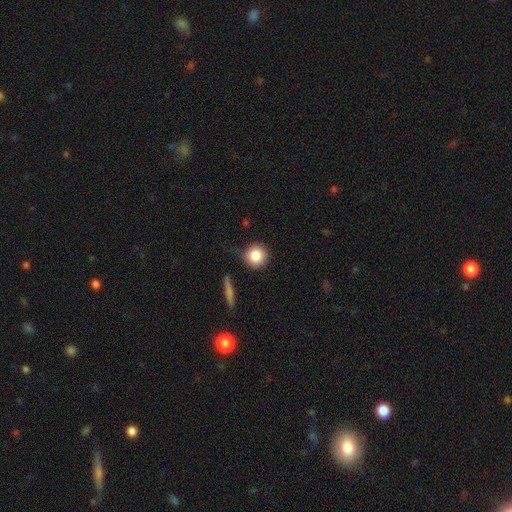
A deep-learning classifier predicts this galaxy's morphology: This appears to be a smooth galaxy with no disk features (84%) that is round (93%). Merging: none (77%).